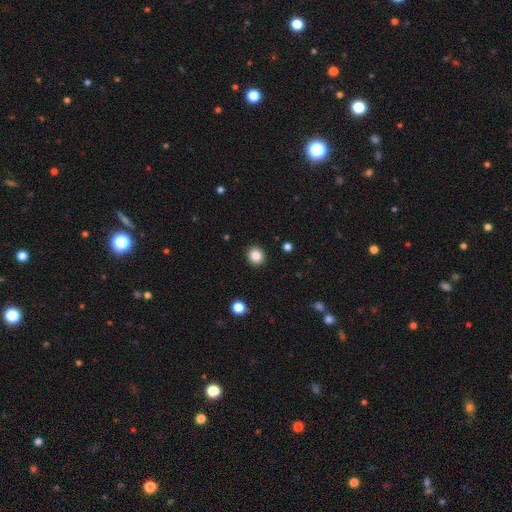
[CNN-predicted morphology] smooth 86%, star or artifact 11%, featured or disk 4%. Down the decision tree: how rounded — round (88%); merging — none (92%).